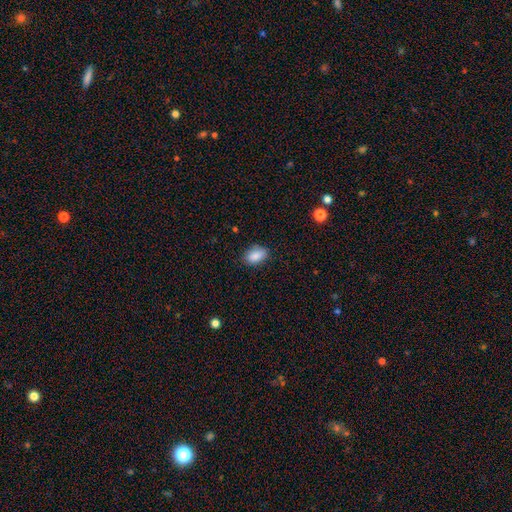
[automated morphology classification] smooth 87%, star or artifact 8%, featured or disk 5%. Down the decision tree: how rounded — in between (89%); merging — none (82%).